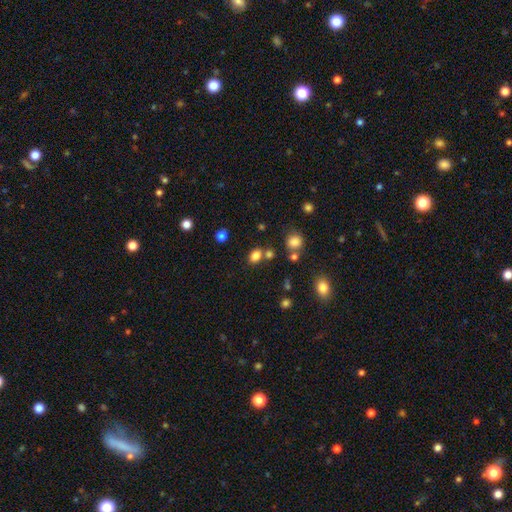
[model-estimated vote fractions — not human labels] A smooth galaxy with no disk features (81%) that is in between round and cigar-shaped (63%). Merging: none (69%).